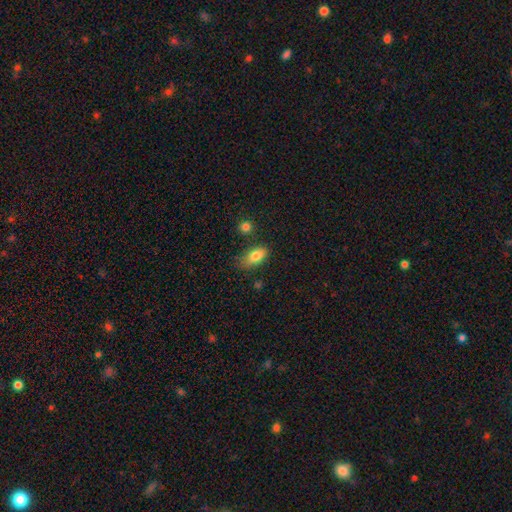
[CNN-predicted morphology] Smooth or featured? Predicted: smooth (p=0.81). How rounded? Predicted: in between (p=0.86). Merging? Predicted: none (p=0.66).